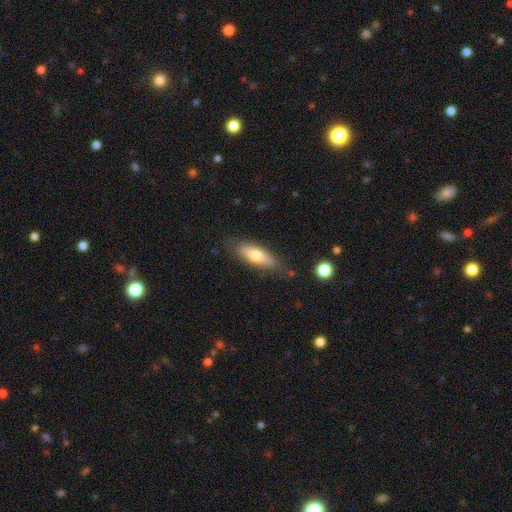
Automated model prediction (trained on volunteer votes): A smooth galaxy with no disk features (69%) that is in between round and cigar-shaped (59%). Merging: none (74%).